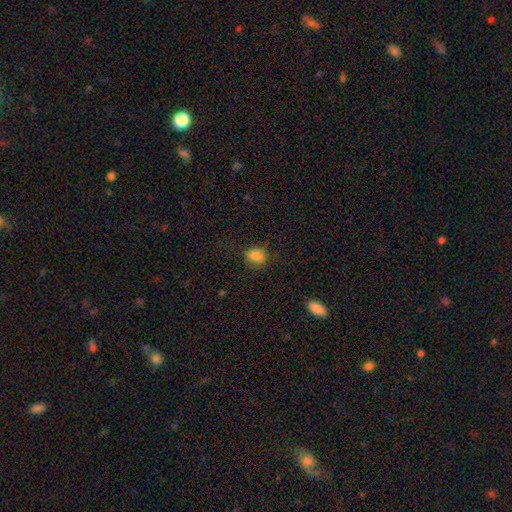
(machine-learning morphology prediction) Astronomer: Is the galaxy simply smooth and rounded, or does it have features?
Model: smooth — 85%.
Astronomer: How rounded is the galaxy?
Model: in between — 50% (runner-up: round, 48%).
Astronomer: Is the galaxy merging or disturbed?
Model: none — 76%.